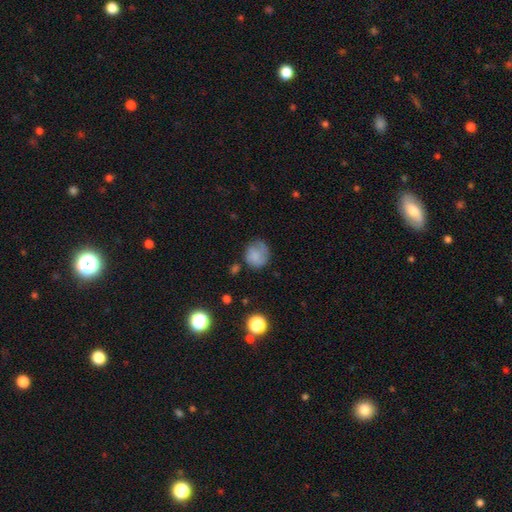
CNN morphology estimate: Smooth or featured: smooth — 70% (featured or disk — 20%)
How rounded: round — 77% (in between — 22%)
Merging: none — 59% (minor disturbance — 26%)